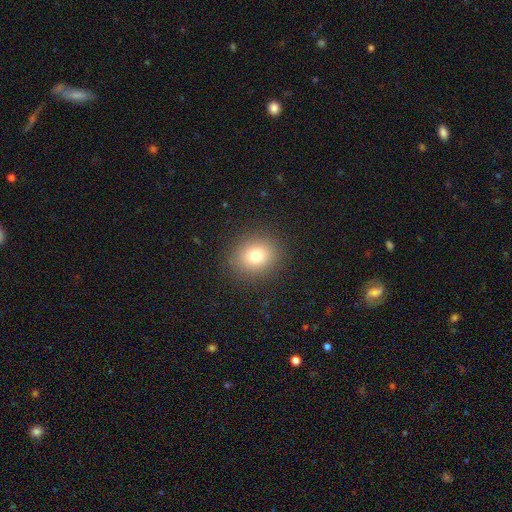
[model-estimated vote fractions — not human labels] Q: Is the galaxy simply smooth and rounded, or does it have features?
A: smooth — 76%.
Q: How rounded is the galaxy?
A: round — 76%.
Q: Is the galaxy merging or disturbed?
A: none — 89%.